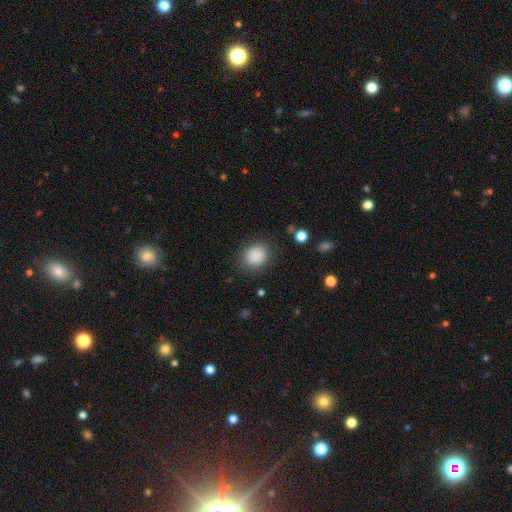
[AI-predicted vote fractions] smooth 88%, star or artifact 9%, featured or disk 3%. Down the decision tree: how rounded — round (62%); merging — none (84%).